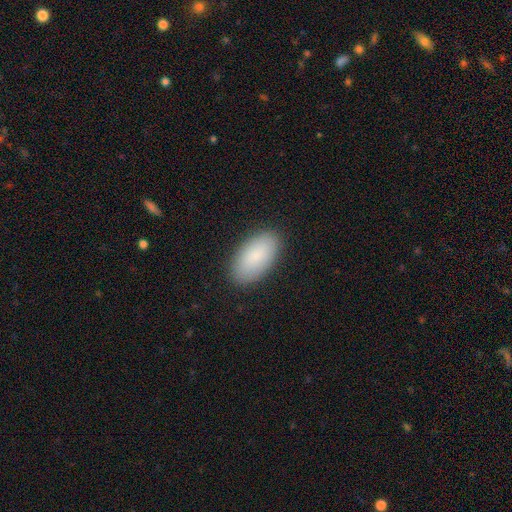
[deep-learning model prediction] The model was most divided on "merging": none: 88%, minor disturbance: 9%, major disturbance: 2%, merger: 1%. More confident: how rounded — in between (95%); smooth or featured — smooth (88%).